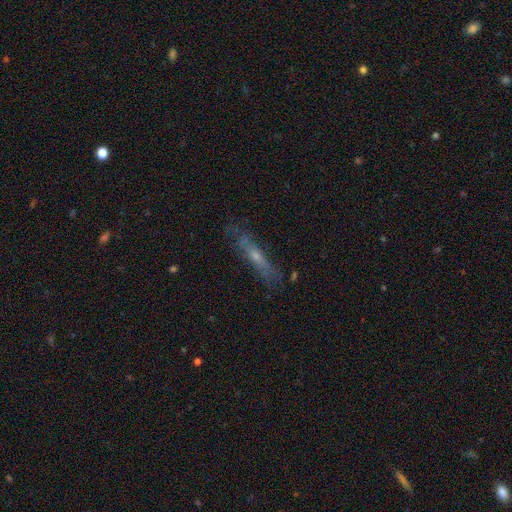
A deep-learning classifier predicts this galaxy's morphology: The model was most divided on "smooth or featured": featured or disk: 55%, smooth: 35%, star or artifact: 11%. More confident: edge-on disk — yes (76%); merging — none (72%).